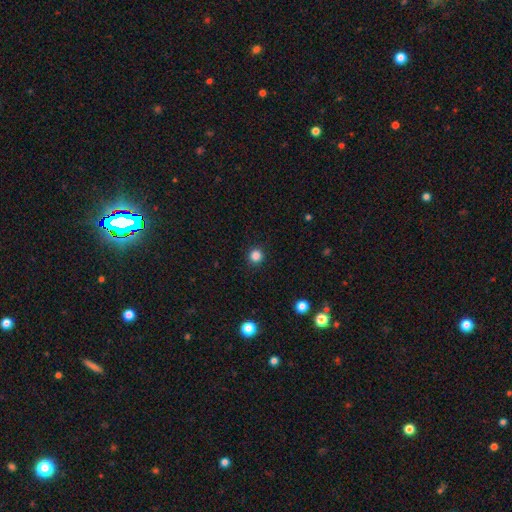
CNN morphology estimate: Smooth or featured?
  - smooth: 85% *
  - star or artifact: 12%
  - featured or disk: 3%
How rounded?
  - round: 95% *
  - in between: 4%
  - cigar-shaped: 1%
Merging?
  - none: 92% *
  - minor disturbance: 5%
  - major disturbance: 2%
  - merger: 1%